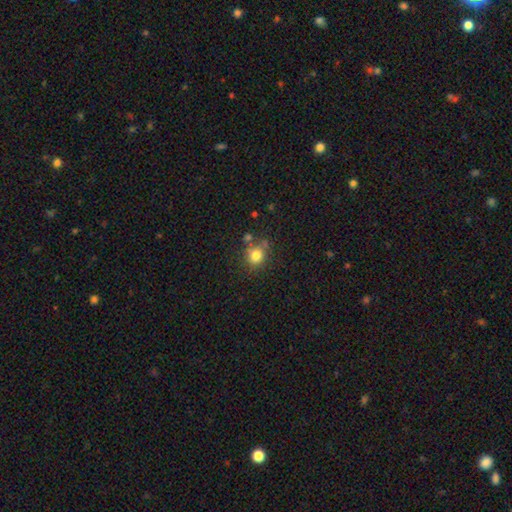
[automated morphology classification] This appears to be a smooth galaxy with no disk features (79%) that is round (76%). Merging: none (66%).